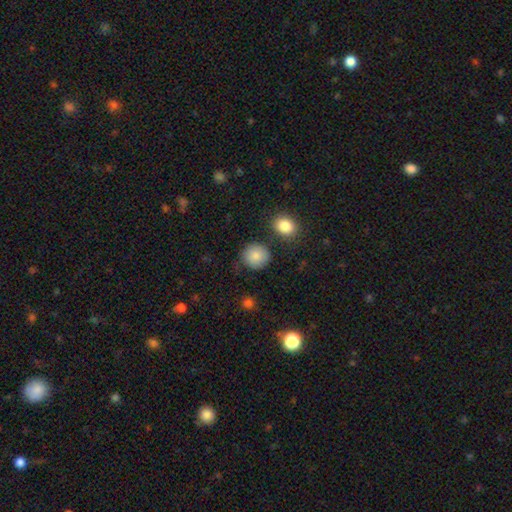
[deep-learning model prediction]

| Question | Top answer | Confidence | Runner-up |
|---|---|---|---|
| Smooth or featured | smooth | 86% | star or artifact (8%) |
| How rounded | round | 89% | in between (10%) |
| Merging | none | 80% | minor disturbance (12%) |